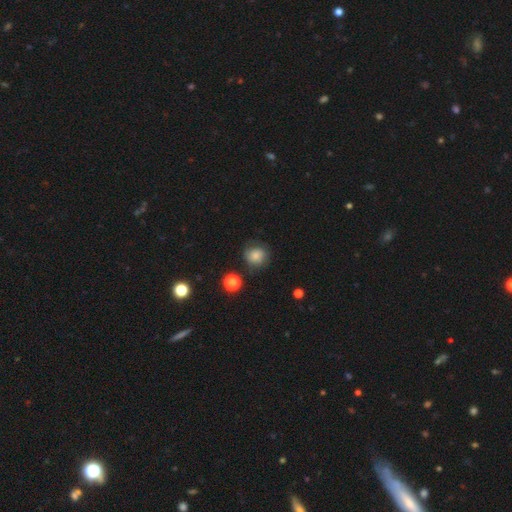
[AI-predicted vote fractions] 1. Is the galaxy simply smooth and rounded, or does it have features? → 77% smooth, 12% featured or disk, 12% star or artifact.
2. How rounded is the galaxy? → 85% round, 14% in between, 1% cigar-shaped.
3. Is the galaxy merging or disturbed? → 72% none, 19% minor disturbance, 7% major disturbance, 3% merger.